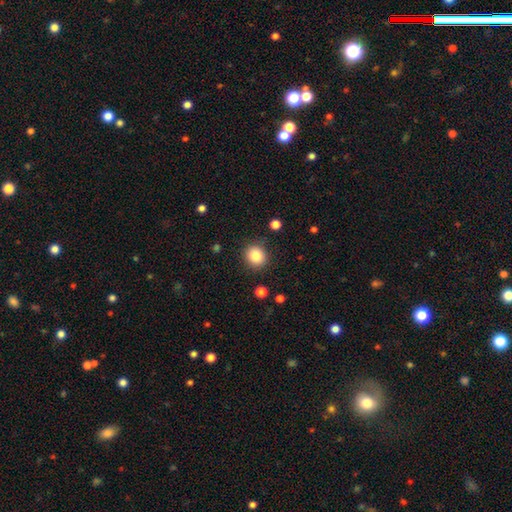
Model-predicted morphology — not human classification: Smooth or featured?
  - smooth: 85% *
  - star or artifact: 10%
  - featured or disk: 5%
How rounded?
  - round: 83% *
  - in between: 16%
  - cigar-shaped: 1%
Merging?
  - none: 87% *
  - minor disturbance: 8%
  - major disturbance: 3%
  - merger: 2%